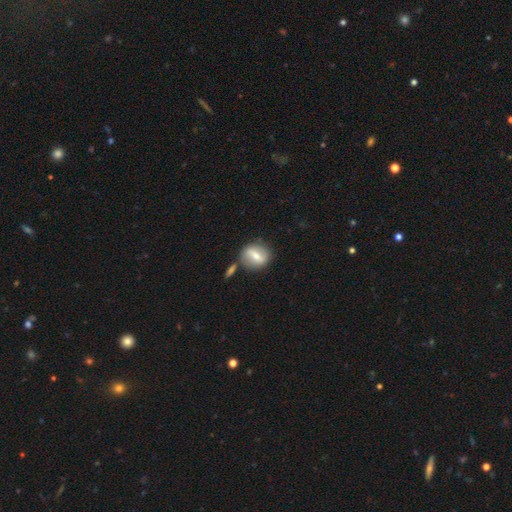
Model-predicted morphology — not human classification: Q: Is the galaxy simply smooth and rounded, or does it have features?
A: smooth — 50%.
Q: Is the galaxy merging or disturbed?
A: none — 71%.